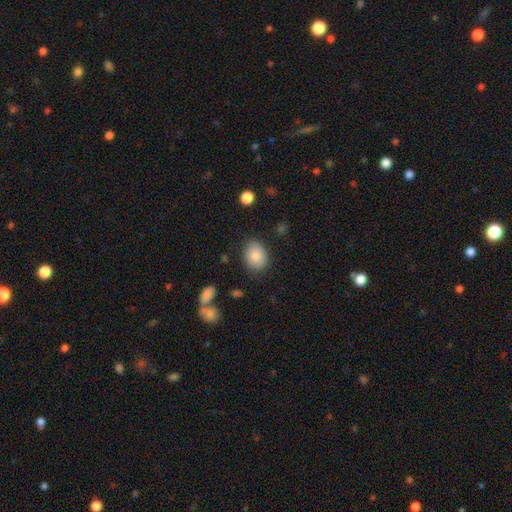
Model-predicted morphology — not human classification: A smooth galaxy with no disk features (82%) that is in between round and cigar-shaped (58%).

Vote fractions:
- Smooth or featured? smooth: 82% / featured or disk: 10% / star or artifact: 8%
- How rounded? in between: 58% / round: 41% / cigar-shaped: 1%
- Merging? none: 81% / minor disturbance: 14% / major disturbance: 4% / merger: 2%